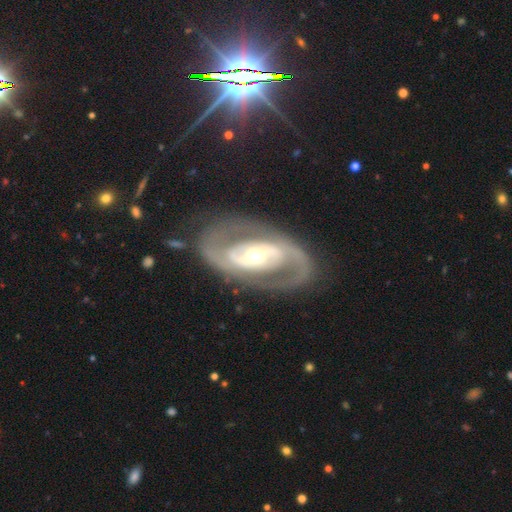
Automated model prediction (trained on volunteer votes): A featured or disk galaxy (87%) with no bar (38%), 2 (87%) medium (45%) spiral arms (87%) and a moderate central bulge (61%).

Vote fractions:
- Smooth or featured? featured or disk: 87% / smooth: 8% / star or artifact: 5%
- Edge-on disk? no: 96% / yes: 4%
- Bar? no: 38% / weak: 31% / strong: 31%
- Spiral arms? yes: 87% / no: 13%
- Spiral winding? medium: 45% / tight: 38% / loose: 18%
- Spiral arm count? 2: 87% / can't tell: 6% / 1: 3% / 3: 2% / 4: 1% / more than 4: 1%
- Bulge size? moderate: 61% / small: 30% / large: 7% / dominant: 1% / none: 1%
- Merging? none: 78% / minor disturbance: 12% / major disturbance: 8% / merger: 2%